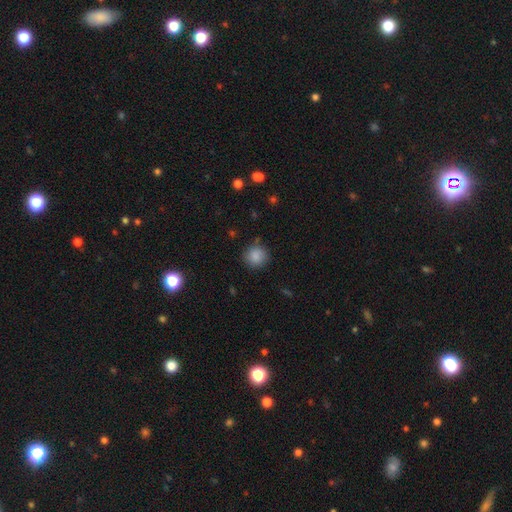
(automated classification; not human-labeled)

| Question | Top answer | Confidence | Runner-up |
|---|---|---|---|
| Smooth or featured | smooth | 87% | star or artifact (9%) |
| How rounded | round | 91% | in between (8%) |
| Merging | none | 85% | minor disturbance (10%) |